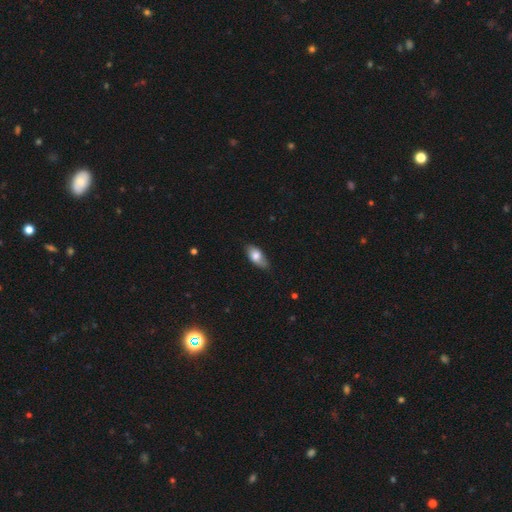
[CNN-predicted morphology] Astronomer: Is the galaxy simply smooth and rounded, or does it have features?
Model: smooth — 75%.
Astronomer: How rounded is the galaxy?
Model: in between — 88%.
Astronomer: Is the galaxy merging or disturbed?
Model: none — 70%.